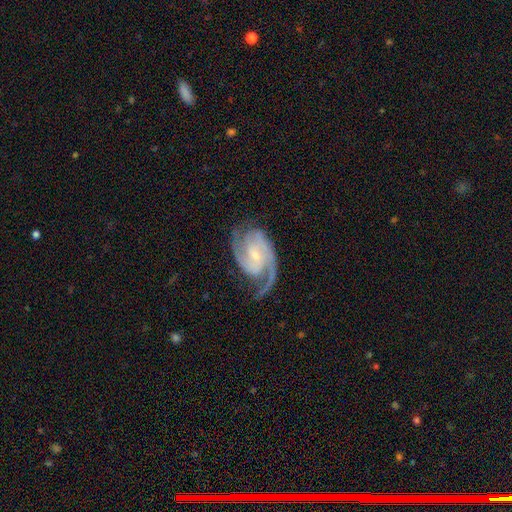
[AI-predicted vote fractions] smooth-or-featured: featured or disk: 91% | smooth: 4% | star or artifact: 4%
  disk-edge-on: no: 97% | yes: 3%
    bar: no: 48% | weak: 39% | strong: 13%
    has-spiral-arms: yes: 98% | no: 2%
      spiral-winding: medium: 49% | tight: 39% | loose: 12%
      spiral-arm-count: 2: 71% | 3: 15% | can't tell: 6% | 1: 4% | 4: 3% | more than 4: 3%
    bulge-size: small: 67% | moderate: 26% | none: 4% | large: 2% | dominant: 1%
  merging: none: 70% | minor disturbance: 18% | major disturbance: 10% | merger: 2%